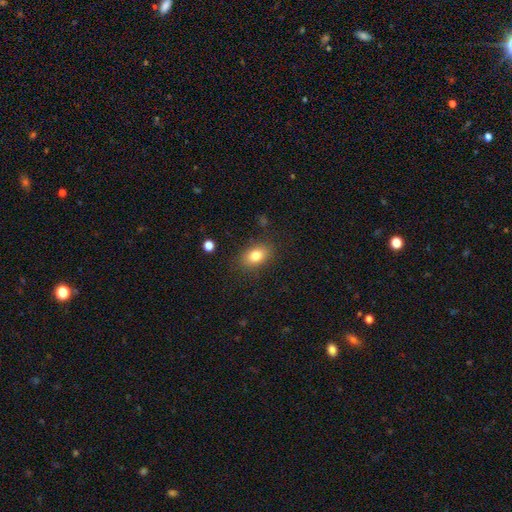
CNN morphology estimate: Smooth or featured? Predicted: smooth (p=0.81). How rounded? Predicted: in between (p=0.80). Merging? Predicted: none (p=0.85).